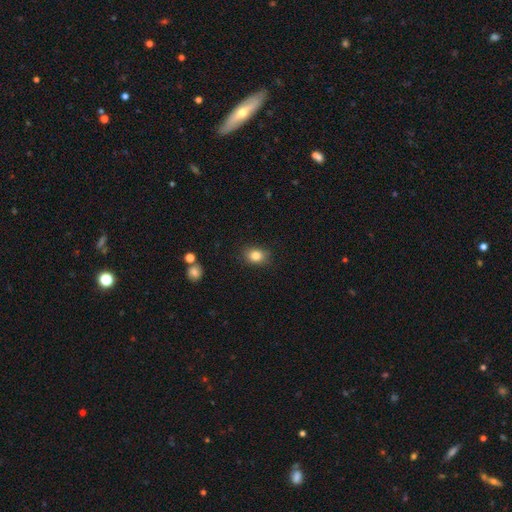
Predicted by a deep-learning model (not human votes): A smooth galaxy with no disk features (83%) that is in between round and cigar-shaped (63%). Merging: none (84%).